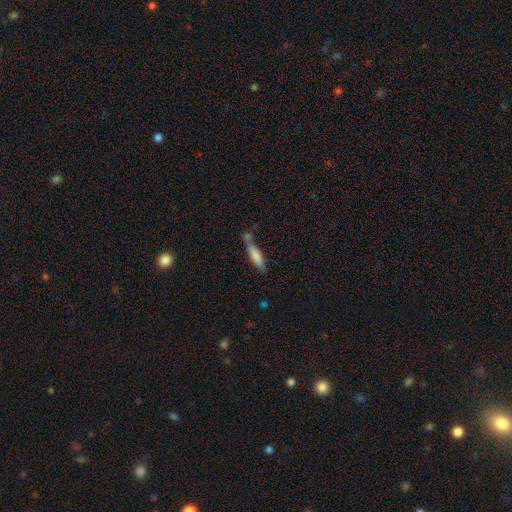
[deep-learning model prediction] Q: Smooth or featured?
A: smooth (77%); runner-up: featured or disk (17%)
Q: How rounded?
A: cigar-shaped (72%); runner-up: in between (26%)
Q: Merging?
A: none (50%); runner-up: merger (22%)